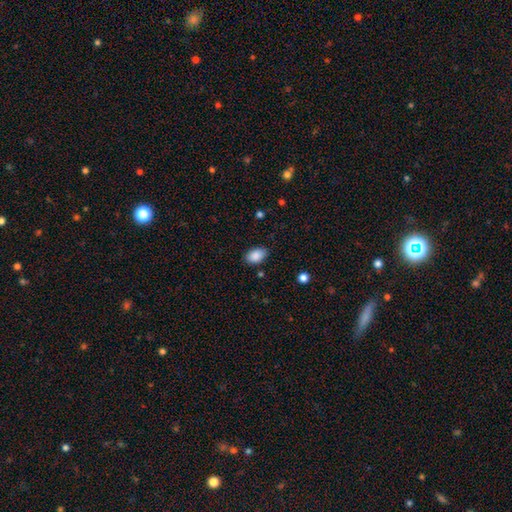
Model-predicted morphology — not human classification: smooth 88%, star or artifact 8%, featured or disk 4%. Down the decision tree: how rounded — in between (88%); merging — none (80%).